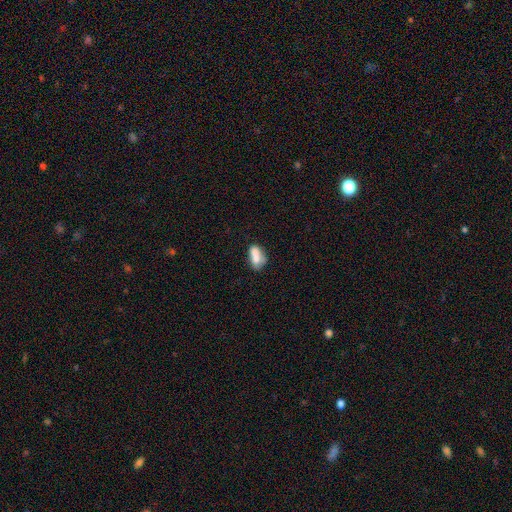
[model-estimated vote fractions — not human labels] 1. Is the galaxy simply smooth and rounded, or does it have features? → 70% smooth, 21% featured or disk, 9% star or artifact.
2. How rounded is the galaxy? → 83% in between, 10% round, 8% cigar-shaped.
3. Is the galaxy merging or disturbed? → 36% merger, 35% none, 20% minor disturbance, 10% major disturbance.